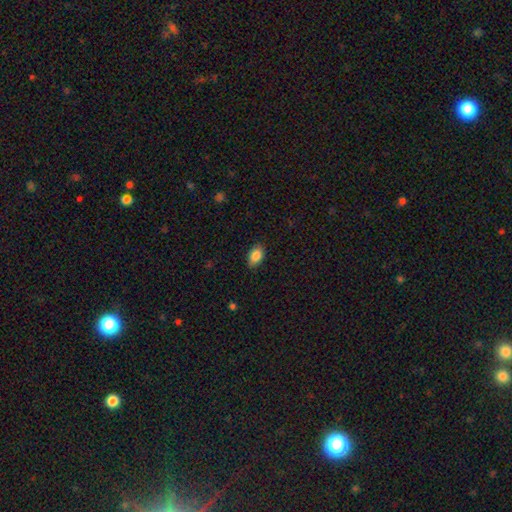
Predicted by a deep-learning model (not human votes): Overall: smooth (86%). How rounded: in between (89%). Merging: none (85%).